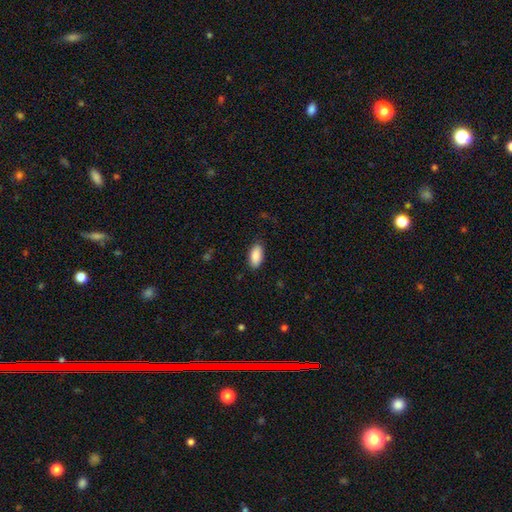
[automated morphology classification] The model was most divided on "merging": none: 86%, minor disturbance: 11%, major disturbance: 3%, merger: 1%. More confident: how rounded — in between (92%); smooth or featured — smooth (89%).